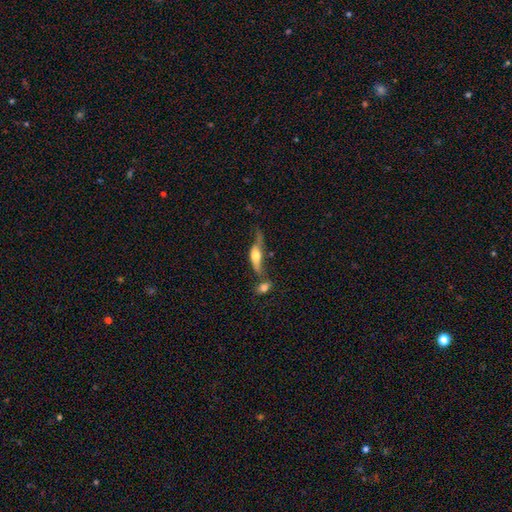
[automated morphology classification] Smooth or featured? featured or disk (49%)
Merging? none (34%)